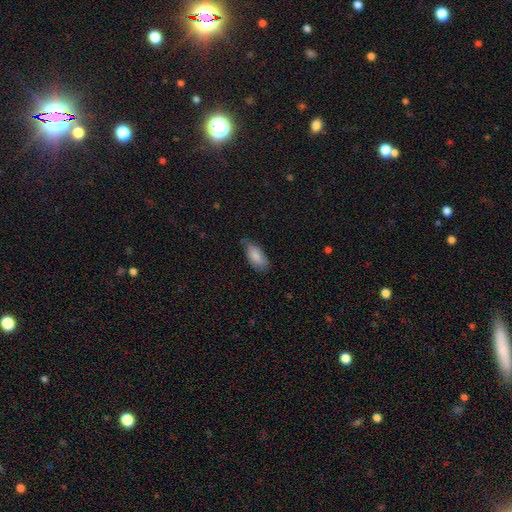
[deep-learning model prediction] Smooth or featured: smooth — 84% (featured or disk — 10%)
How rounded: in between — 89% (cigar-shaped — 9%)
Merging: none — 60% (minor disturbance — 33%)